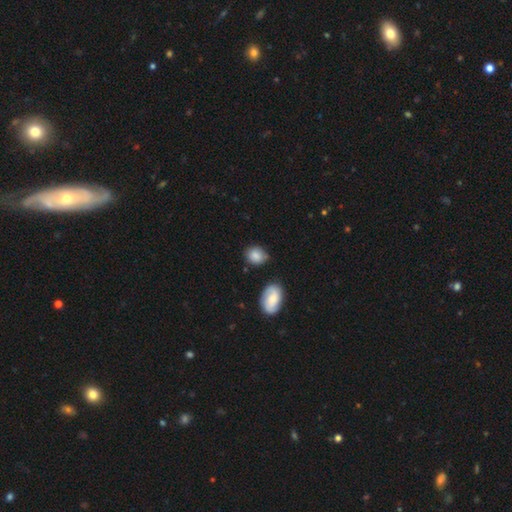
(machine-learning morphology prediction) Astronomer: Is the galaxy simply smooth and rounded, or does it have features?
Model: smooth — 83%.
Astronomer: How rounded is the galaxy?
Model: round — 62%.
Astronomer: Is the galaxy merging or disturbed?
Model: none — 70%.